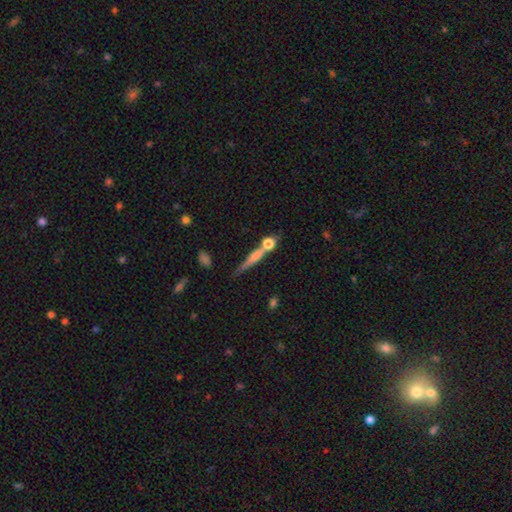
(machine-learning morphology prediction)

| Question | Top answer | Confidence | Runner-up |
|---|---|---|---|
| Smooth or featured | featured or disk | 48% | smooth (42%) |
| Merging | none | 57% | merger (25%) |